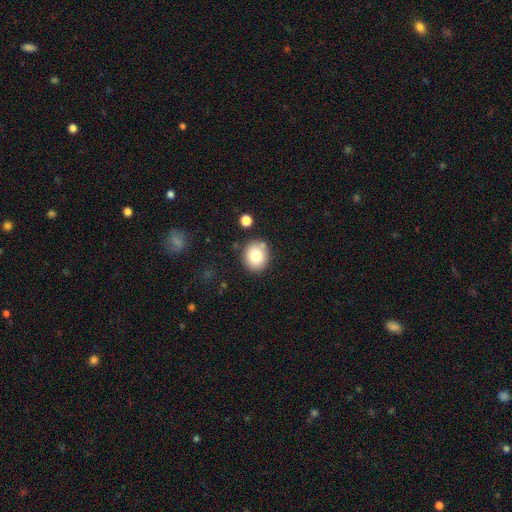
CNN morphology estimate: smooth-or-featured: smooth: 78% | featured or disk: 12% | star or artifact: 10%
  how-rounded: round: 76% | in between: 23% | cigar-shaped: 1%
  merging: none: 80% | minor disturbance: 11% | merger: 6% | major disturbance: 3%